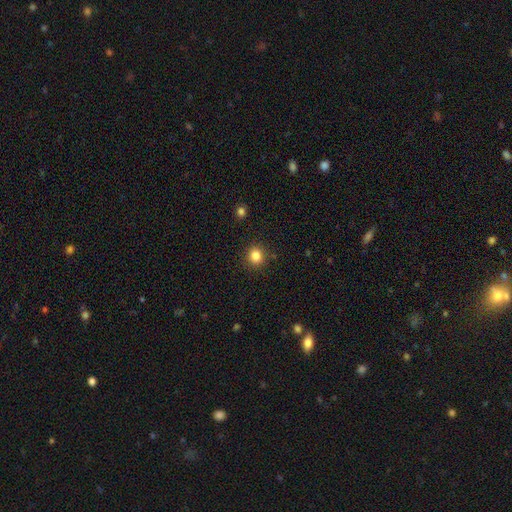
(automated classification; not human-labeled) The model was most divided on "how rounded": round: 85%, in between: 14%, cigar-shaped: 1%. More confident: merging — none (89%); smooth or featured — smooth (84%).